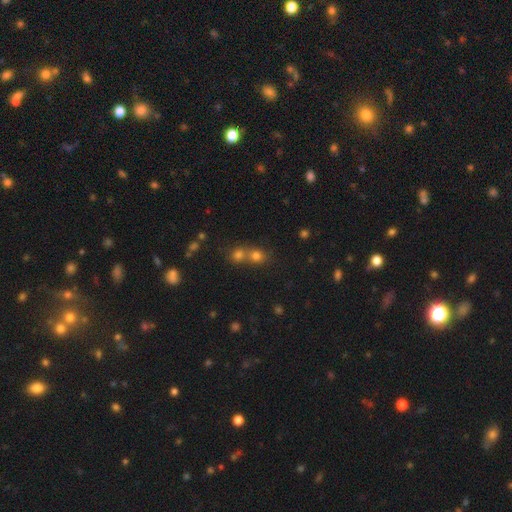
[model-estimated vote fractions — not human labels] Smooth or featured? smooth (72%)
How rounded? round (76%)
Merging? merger (55%)